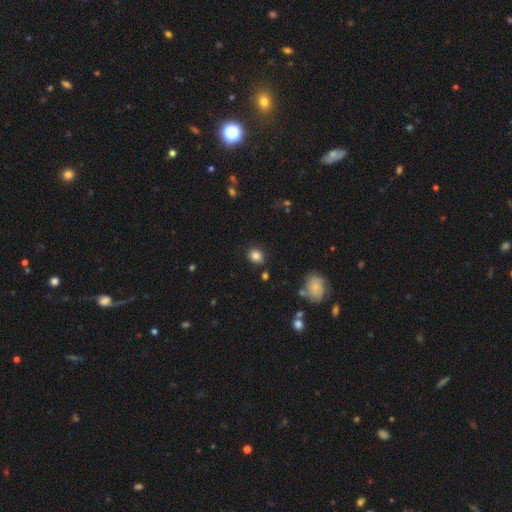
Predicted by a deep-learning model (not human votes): The model was most divided on "how rounded": round: 57%, in between: 42%, cigar-shaped: 1%. More confident: smooth or featured — smooth (84%); merging — none (81%).